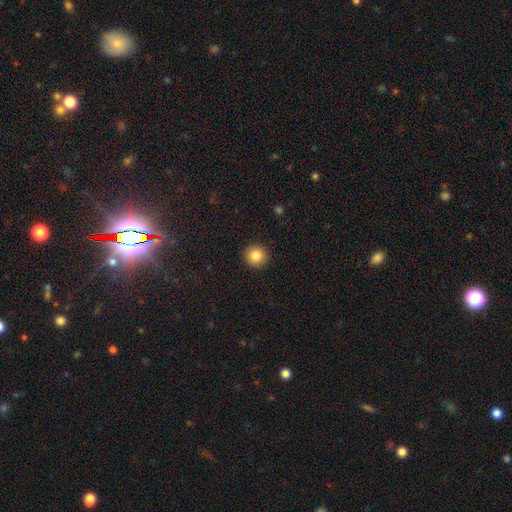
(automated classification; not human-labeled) Smooth or featured? Predicted: smooth (p=0.85). How rounded? Predicted: round (p=0.94). Merging? Predicted: none (p=0.93).